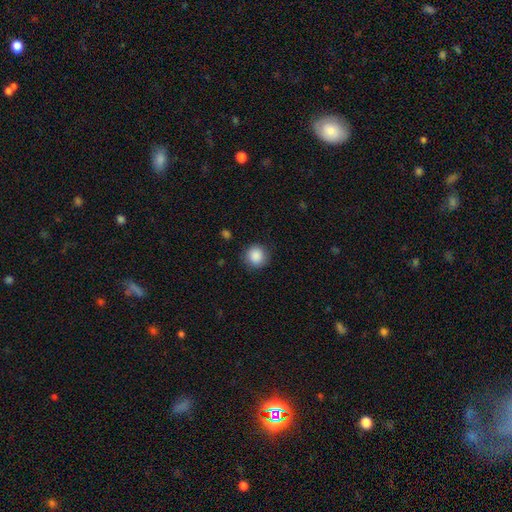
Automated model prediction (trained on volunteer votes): This is clearly a smooth galaxy (88%). How rounded: clearly round (92%). Merging: clearly none (87%).